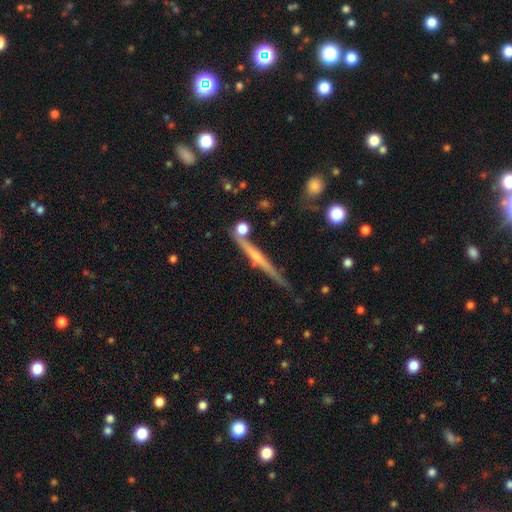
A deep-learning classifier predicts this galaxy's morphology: Smooth or featured? Predicted: featured or disk (p=0.64). Edge-on disk? Predicted: yes (p=0.96). Edge-on bulge? Predicted: none (p=0.48). Merging? Predicted: none (p=0.71).